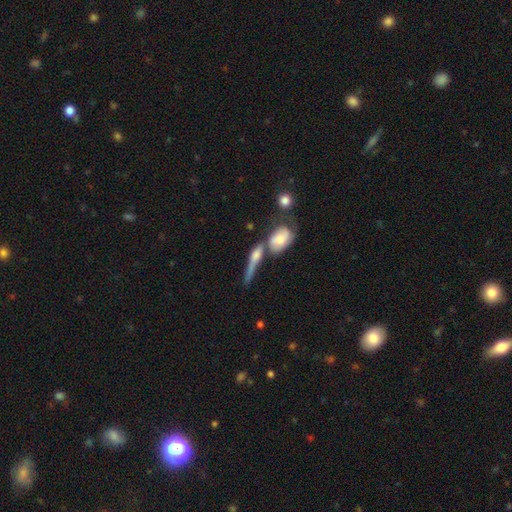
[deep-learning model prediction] Q: Smooth or featured?
A: featured or disk (48%); runner-up: smooth (42%)
Q: Merging?
A: merger (39%); runner-up: none (33%)